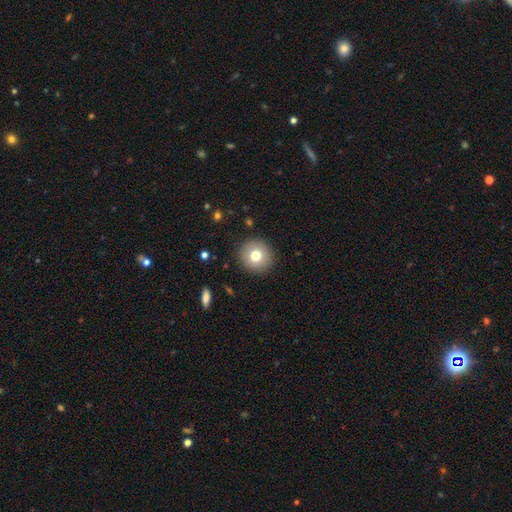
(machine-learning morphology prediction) Smooth or featured? smooth (75%)
How rounded? round (93%)
Merging? none (91%)